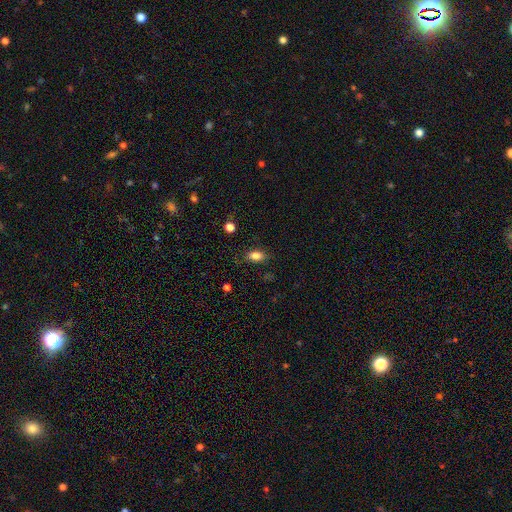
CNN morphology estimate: smooth-or-featured: smooth: 84% | star or artifact: 10% | featured or disk: 6%
  how-rounded: in between: 86% | round: 10% | cigar-shaped: 4%
  merging: none: 80% | minor disturbance: 15% | major disturbance: 4% | merger: 1%